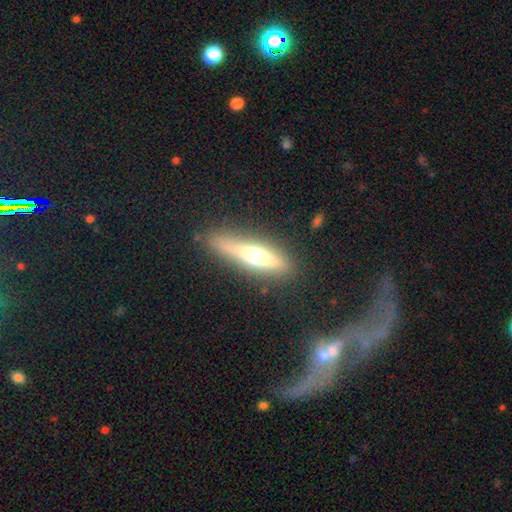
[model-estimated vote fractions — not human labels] Q: Smooth or featured?
A: featured or disk (55%); runner-up: smooth (38%)
Q: Edge-on disk?
A: yes (90%); runner-up: no (10%)
Q: Merging?
A: none (85%); runner-up: minor disturbance (11%)